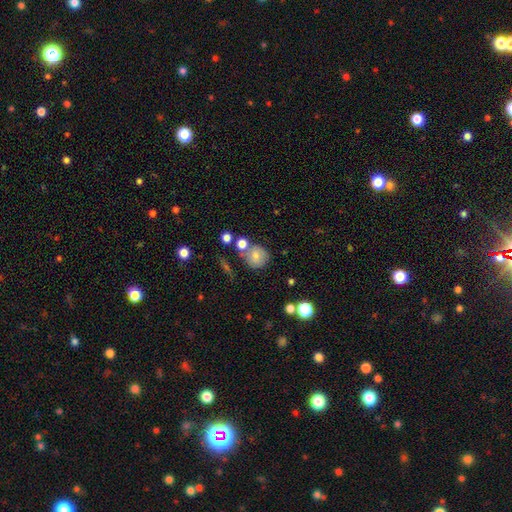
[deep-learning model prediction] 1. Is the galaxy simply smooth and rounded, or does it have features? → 74% smooth, 14% featured or disk, 11% star or artifact.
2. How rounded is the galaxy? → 85% round, 14% in between, 1% cigar-shaped.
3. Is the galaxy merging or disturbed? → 60% none, 19% merger, 15% minor disturbance, 6% major disturbance.